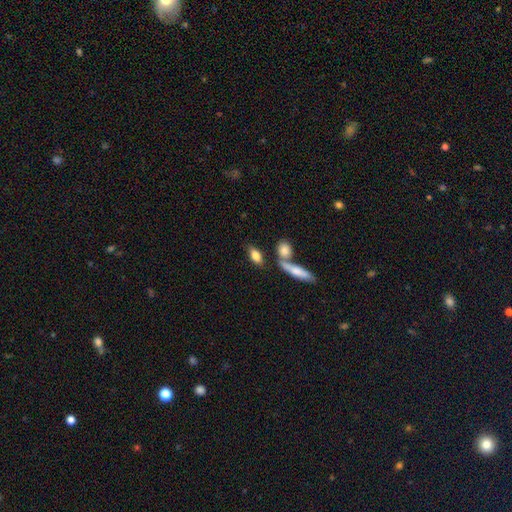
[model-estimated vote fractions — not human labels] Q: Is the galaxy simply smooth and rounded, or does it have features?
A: smooth — 76%.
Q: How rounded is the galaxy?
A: in between — 78%.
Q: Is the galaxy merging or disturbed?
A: none — 64%.